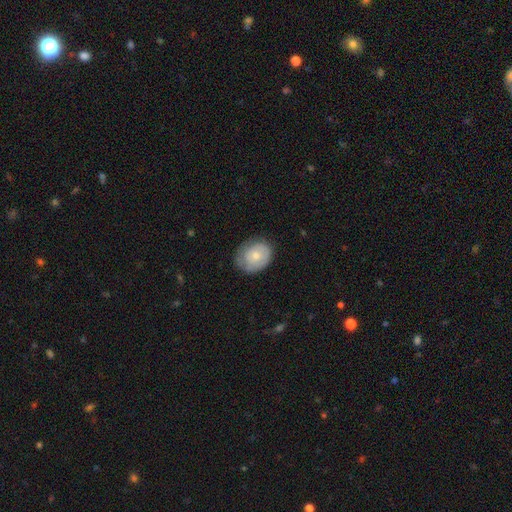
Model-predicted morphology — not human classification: type=smooth (61%); roundness=round (55%); merging=none (63%).